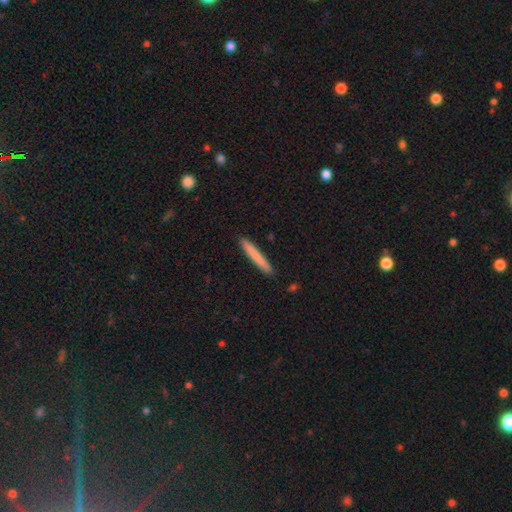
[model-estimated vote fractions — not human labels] Smooth or featured? Predicted: smooth (p=0.78). How rounded? Predicted: cigar-shaped (p=0.96). Merging? Predicted: none (p=0.92).